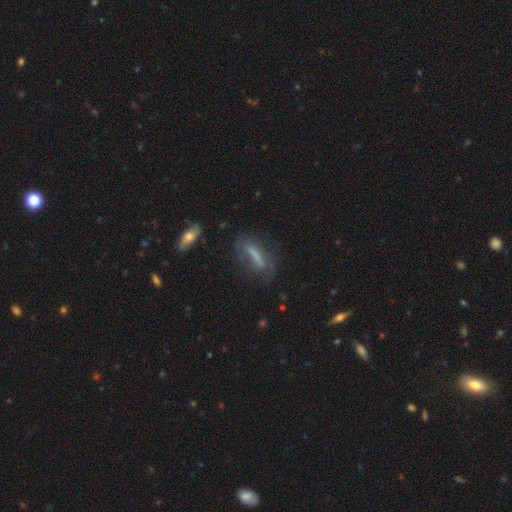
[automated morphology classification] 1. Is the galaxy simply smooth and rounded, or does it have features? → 53% smooth, 36% featured or disk, 12% star or artifact.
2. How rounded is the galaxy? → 69% cigar-shaped, 28% in between, 3% round.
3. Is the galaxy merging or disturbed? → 61% none, 22% minor disturbance, 14% major disturbance, 3% merger.